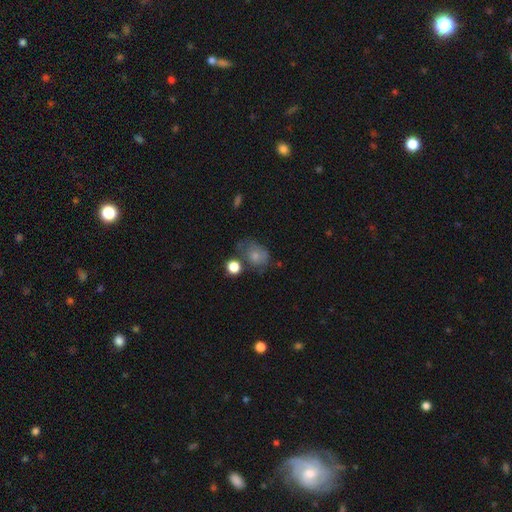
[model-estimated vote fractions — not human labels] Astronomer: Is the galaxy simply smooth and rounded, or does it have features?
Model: smooth — 71%.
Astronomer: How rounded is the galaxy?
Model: in between — 54% (runner-up: round, 45%).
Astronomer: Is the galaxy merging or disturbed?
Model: none — 40% (runner-up: minor disturbance, 29%).